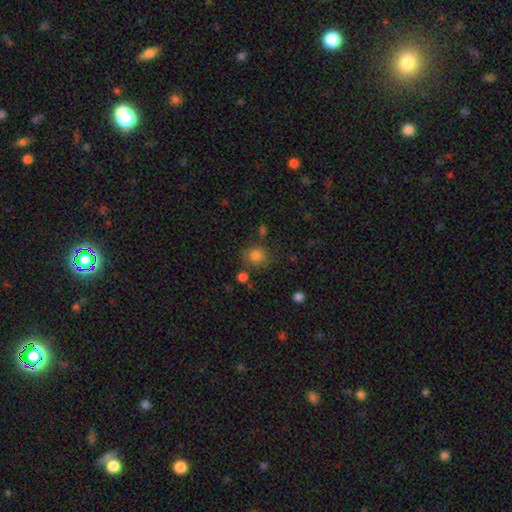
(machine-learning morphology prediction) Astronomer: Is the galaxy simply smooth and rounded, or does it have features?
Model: smooth — 82%.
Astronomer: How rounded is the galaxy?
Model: round — 79%.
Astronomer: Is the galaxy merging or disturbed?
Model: none — 75%.